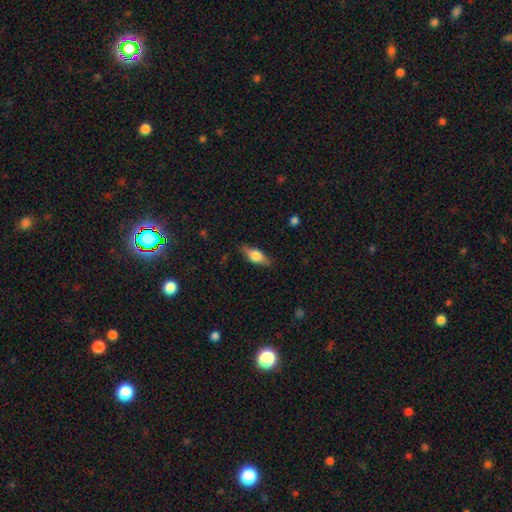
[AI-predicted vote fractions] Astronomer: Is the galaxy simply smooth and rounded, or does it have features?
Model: smooth — 59% (runner-up: featured or disk, 34%).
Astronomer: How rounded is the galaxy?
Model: in between — 71%.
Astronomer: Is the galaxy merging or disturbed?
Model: none — 82%.